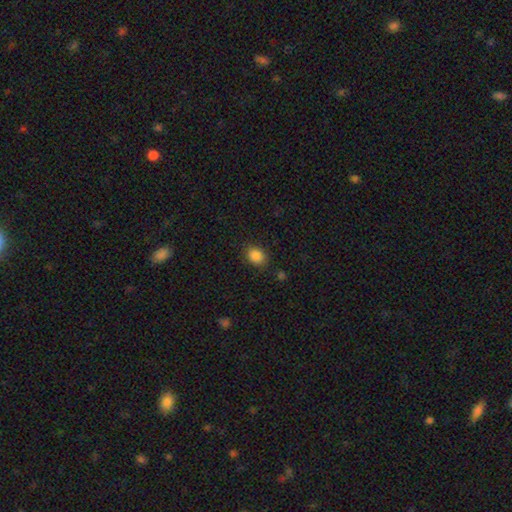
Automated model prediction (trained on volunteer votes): This is clearly a smooth galaxy (86%). How rounded: possibly in between (55%). Merging: clearly none (84%).